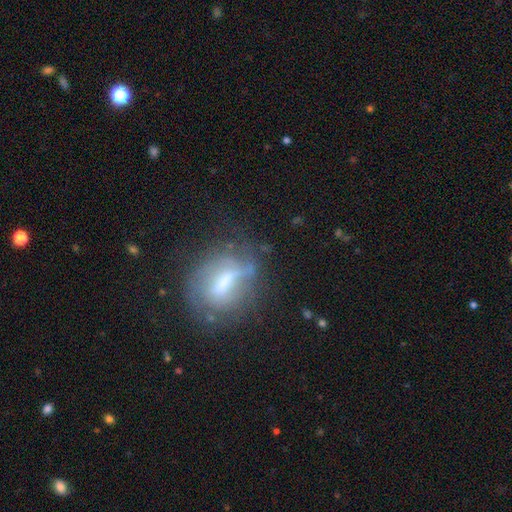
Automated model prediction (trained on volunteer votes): Smooth or featured? Predicted: featured or disk (p=0.50). Merging? Predicted: none (p=0.74).